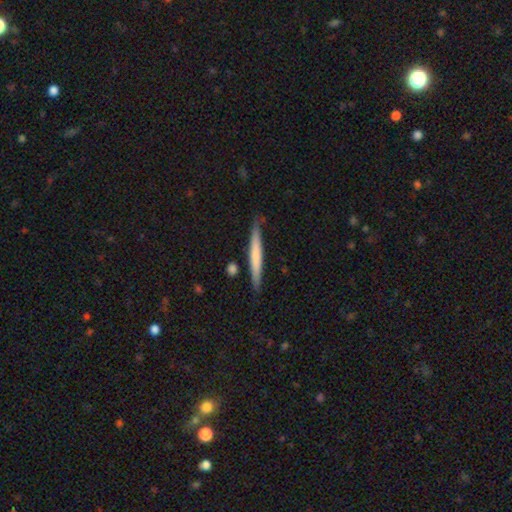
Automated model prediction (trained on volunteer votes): A smooth galaxy with no disk features (64%) that is cigar-shaped (96%). Merging: none (83%).